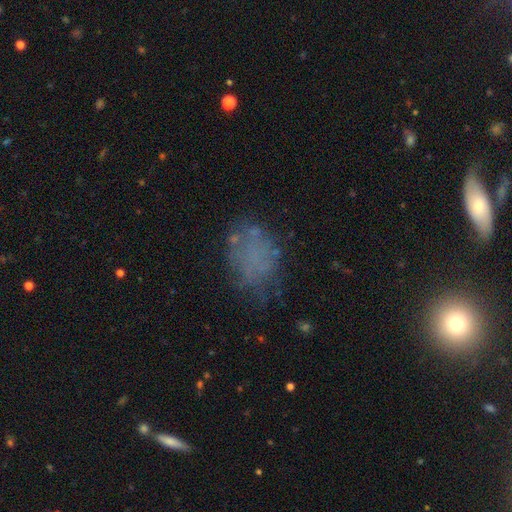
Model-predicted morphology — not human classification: Smooth or featured? smooth (51%)
How rounded? in between (70%)
Merging? none (59%)